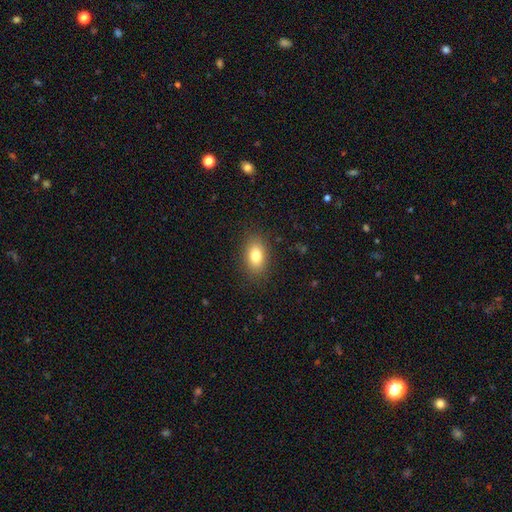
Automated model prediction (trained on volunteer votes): smooth 82%, featured or disk 10%, star or artifact 9%. Down the decision tree: how rounded — in between (86%); merging — none (86%).